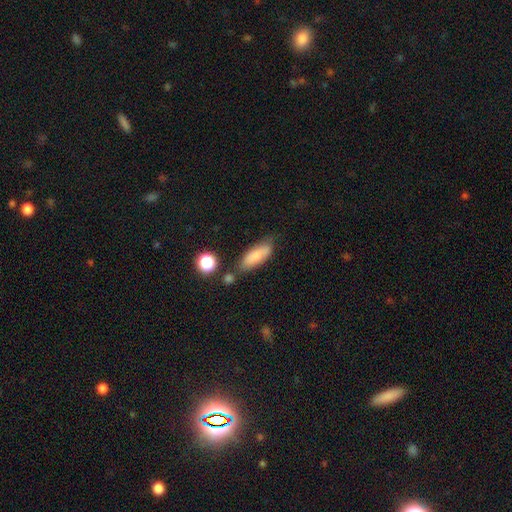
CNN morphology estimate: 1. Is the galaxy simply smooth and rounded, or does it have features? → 77% smooth, 15% featured or disk, 8% star or artifact.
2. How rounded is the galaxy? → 68% in between, 30% cigar-shaped, 3% round.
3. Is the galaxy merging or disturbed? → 59% none, 23% minor disturbance, 11% merger, 7% major disturbance.